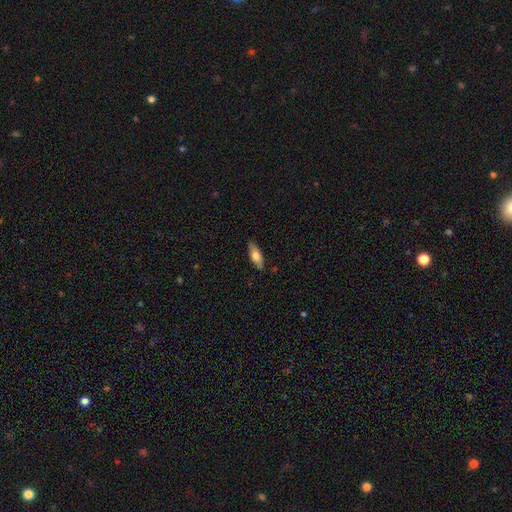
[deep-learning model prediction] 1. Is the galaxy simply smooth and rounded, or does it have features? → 68% smooth, 26% featured or disk, 6% star or artifact.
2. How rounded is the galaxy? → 66% in between, 32% cigar-shaped, 2% round.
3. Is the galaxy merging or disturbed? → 83% none, 14% minor disturbance, 2% major disturbance, 1% merger.